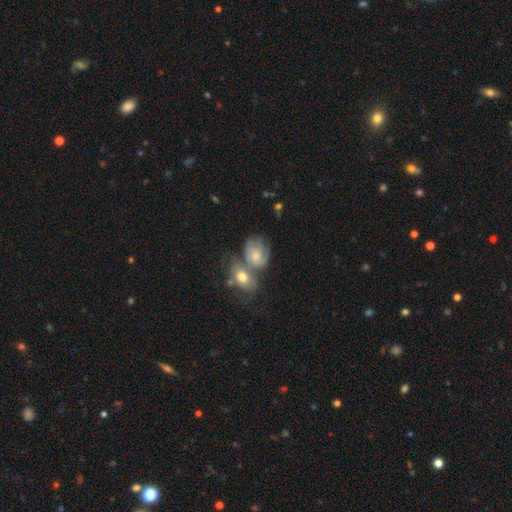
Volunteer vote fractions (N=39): Smooth or featured?
  - featured or disk: 82% *
  - smooth: 18%
  - star or artifact: 0%
Edge-on disk?
  - no: 100% *
  - yes: 0%
Bar?
  - no: 69% *
  - weak: 22%
  - strong: 9%
Spiral arms?
  - yes: 97% *
  - no: 3%
Spiral winding?
  - medium: 52% *
  - tight: 35%
  - loose: 13%
Spiral arm count?
  - 3: 61% *
  - can't tell: 19%
  - 2: 16%
  - more than 4: 3%
  - 1: 0%
  - 4: 0%
Bulge size?
  - moderate: 47% *
  - small: 31%
  - none: 12%
  - large: 6%
  - dominant: 3%
Merging?
  - merger: 49% *
  - none: 26%
  - major disturbance: 15%
  - minor disturbance: 10%